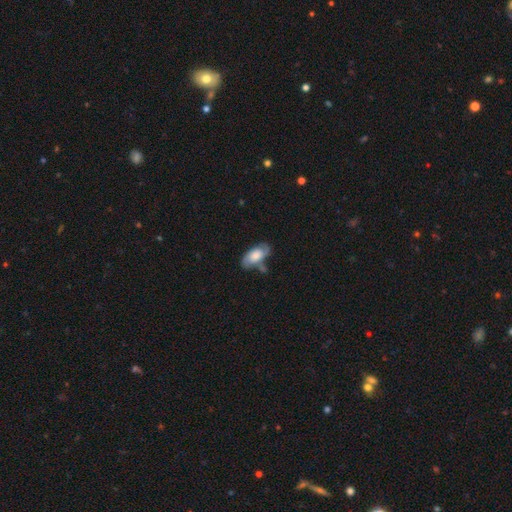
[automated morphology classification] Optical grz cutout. It shows a smooth galaxy with no disk features (54%) that is in between round and cigar-shaped (90%). Merging: none (52%).